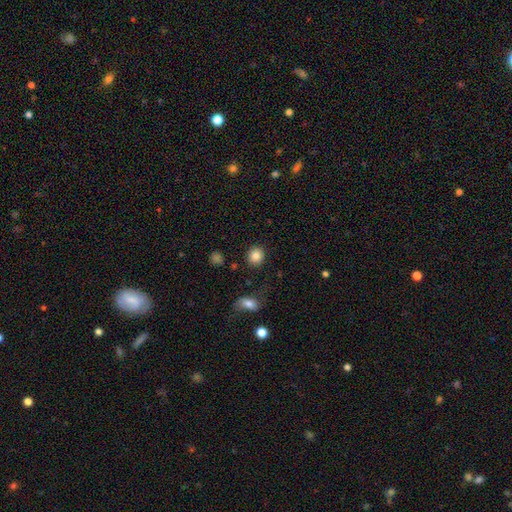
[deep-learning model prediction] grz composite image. It shows a smooth galaxy with no disk features (85%) that is round (81%). Merging: none (88%).